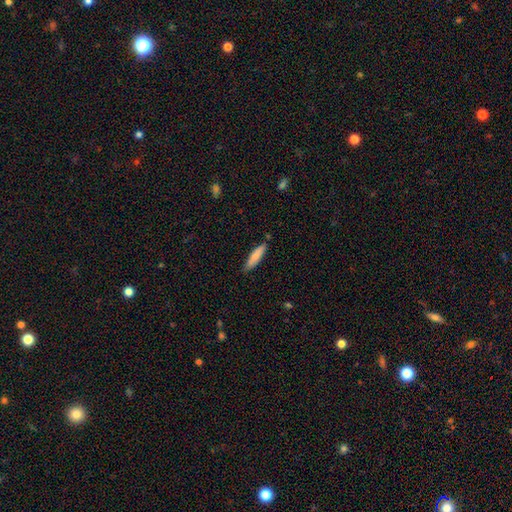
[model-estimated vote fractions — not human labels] Morphology: type=smooth (76%); roundness=cigar-shaped (77%); merging=none (83%).